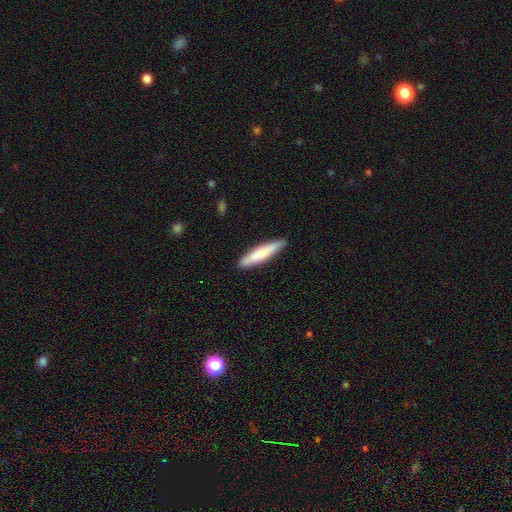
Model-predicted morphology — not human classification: This appears to be a smooth galaxy with no disk features (74%) that is cigar-shaped (88%). Merging: none (87%).